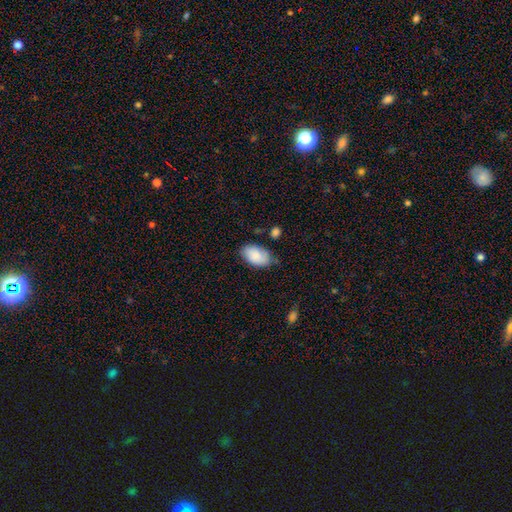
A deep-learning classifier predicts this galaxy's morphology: This appears to be a smooth galaxy with no disk features (85%) that is in between round and cigar-shaped (94%). Merging: none (68%).